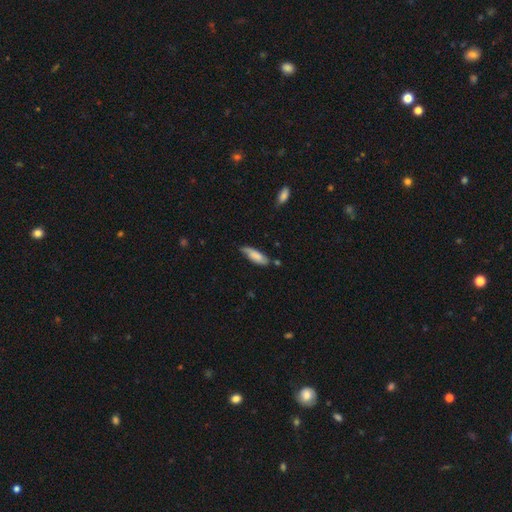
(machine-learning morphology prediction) A smooth galaxy with no disk features (76%) that is in between round and cigar-shaped (53%).

Vote fractions:
- Smooth or featured? smooth: 76% / featured or disk: 18% / star or artifact: 6%
- How rounded? in between: 53% / cigar-shaped: 45% / round: 2%
- Merging? none: 63% / minor disturbance: 28% / major disturbance: 5% / merger: 4%